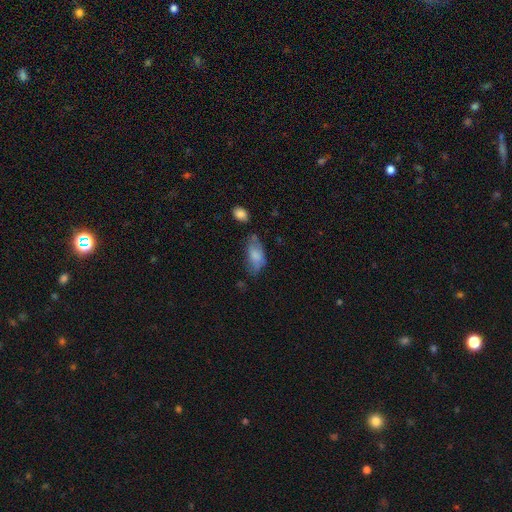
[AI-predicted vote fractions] Smooth or featured?
  - smooth: 72% *
  - featured or disk: 20%
  - star or artifact: 8%
How rounded?
  - in between: 91% *
  - cigar-shaped: 6%
  - round: 3%
Merging?
  - none: 43% *
  - minor disturbance: 33%
  - major disturbance: 17%
  - merger: 8%